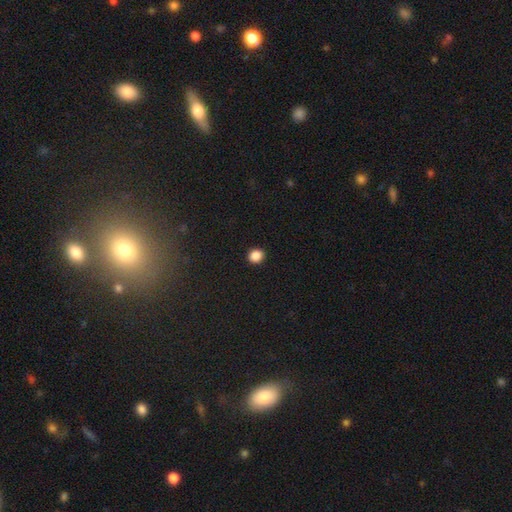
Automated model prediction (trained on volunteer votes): This appears to be a smooth galaxy with no disk features (87%) that is round (86%). Merging: none (92%).